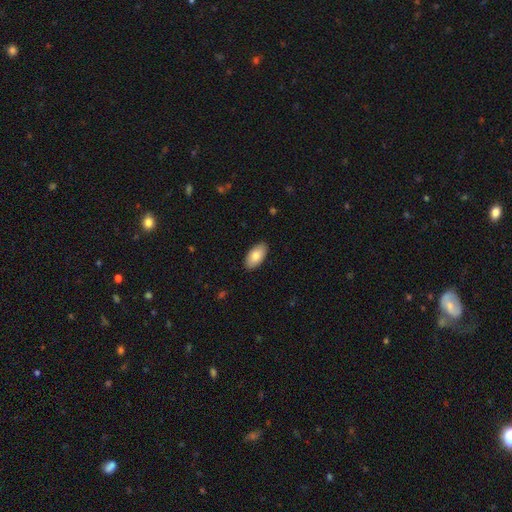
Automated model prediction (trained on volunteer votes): The model was most divided on "smooth or featured": smooth: 81%, featured or disk: 13%, star or artifact: 6%. More confident: how rounded — in between (95%); merging — none (88%).